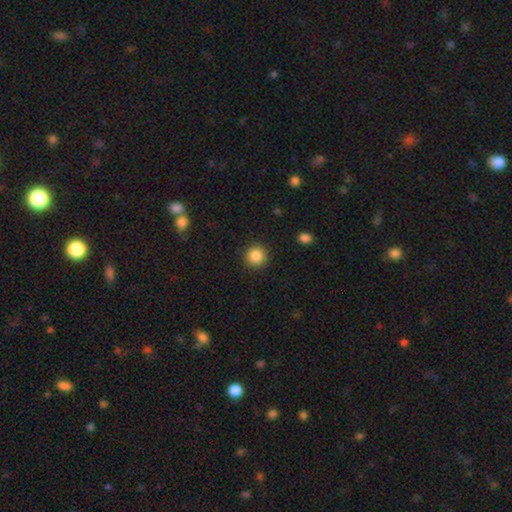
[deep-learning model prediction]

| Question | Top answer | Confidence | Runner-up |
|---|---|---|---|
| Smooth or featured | smooth | 87% | star or artifact (10%) |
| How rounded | round | 94% | in between (5%) |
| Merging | none | 90% | minor disturbance (6%) |